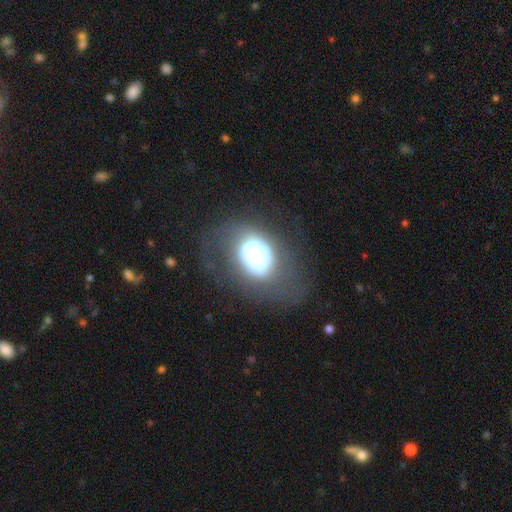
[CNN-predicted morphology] This is likely a featured or disk galaxy (62%). It is clearly not viewed edge-on (97%). Bar: marginally no (43%). Spiral arm pattern: likely yes (61%). Central bulge: marginally large (35%). Merging: marginally none (37%).